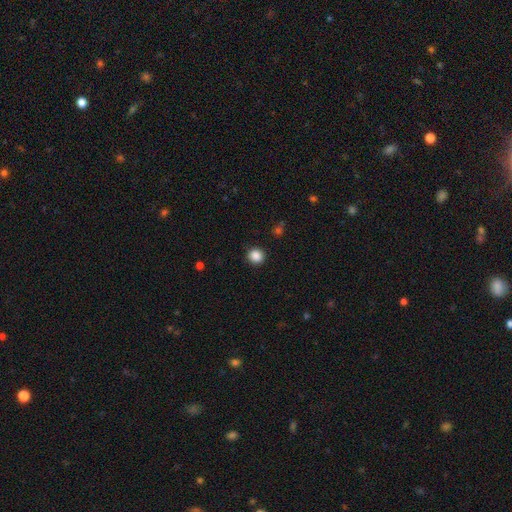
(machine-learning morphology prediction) Smooth or featured: smooth — 87% (star or artifact — 10%)
How rounded: round — 90% (in between — 9%)
Merging: none — 91% (minor disturbance — 6%)